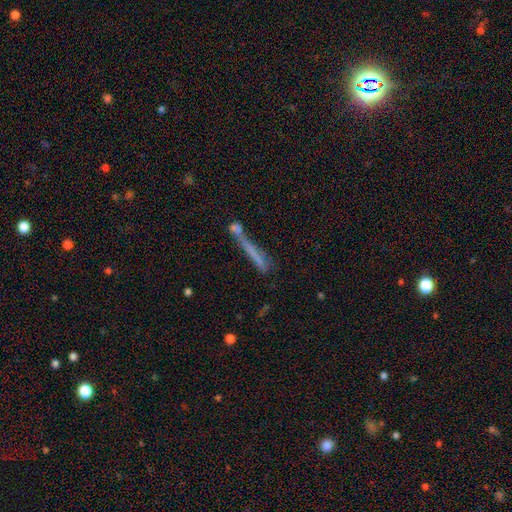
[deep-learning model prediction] Morphology: type=smooth (52%); roundness=cigar-shaped (93%); merging=merger (38%).